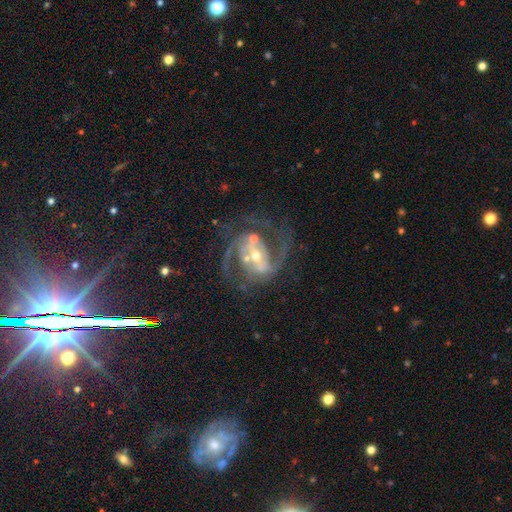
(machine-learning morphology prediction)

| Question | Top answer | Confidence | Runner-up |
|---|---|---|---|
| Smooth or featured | featured or disk | 89% | star or artifact (6%) |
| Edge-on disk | no | 98% | yes (2%) |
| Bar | weak | 40% | strong (32%) |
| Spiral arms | yes | 96% | no (4%) |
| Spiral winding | medium | 57% | tight (22%) |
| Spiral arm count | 2 | 69% | 3 (13%) |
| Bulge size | moderate | 50% | small (42%) |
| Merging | none | 54% | major disturbance (16%) |